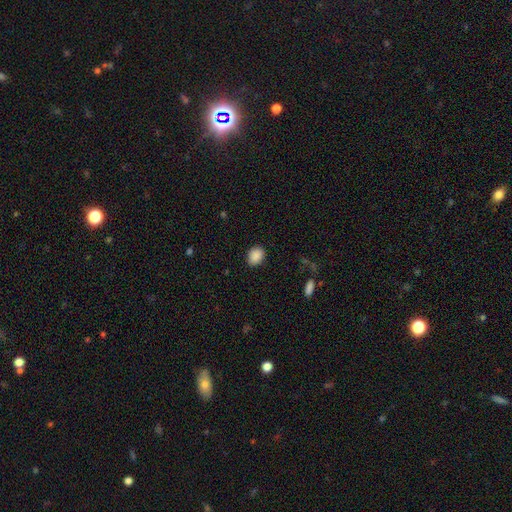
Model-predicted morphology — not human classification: Q: Smooth or featured?
A: smooth (89%); runner-up: star or artifact (8%)
Q: How rounded?
A: in between (54%); runner-up: round (45%)
Q: Merging?
A: none (88%); runner-up: minor disturbance (9%)